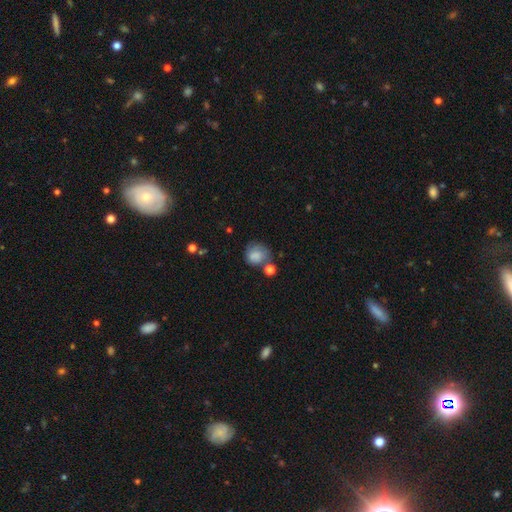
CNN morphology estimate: Q: Smooth or featured?
A: smooth (77%); runner-up: featured or disk (14%)
Q: How rounded?
A: round (78%); runner-up: in between (21%)
Q: Merging?
A: none (47%); runner-up: minor disturbance (24%)